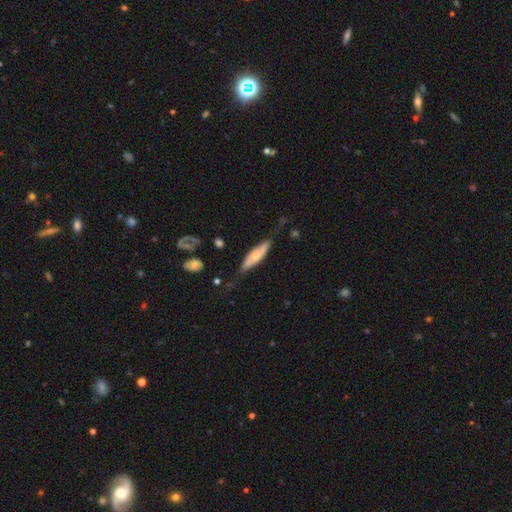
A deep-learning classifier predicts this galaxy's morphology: smooth 50%, featured or disk 45%, star or artifact 5%. Down the decision tree: merging — none (66%).